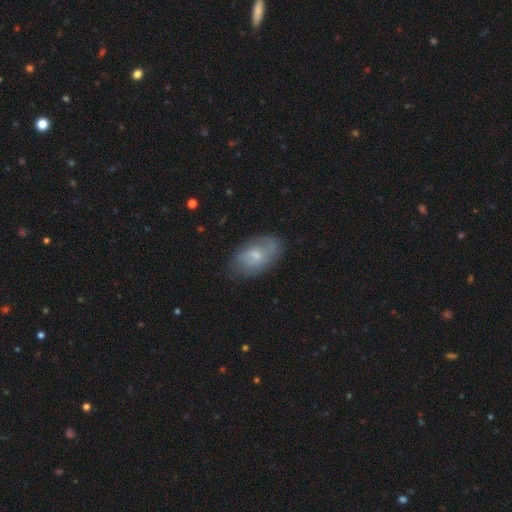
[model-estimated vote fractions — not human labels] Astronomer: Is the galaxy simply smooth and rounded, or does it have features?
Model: smooth — 52% (runner-up: featured or disk, 41%).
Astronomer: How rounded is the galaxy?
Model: in between — 91%.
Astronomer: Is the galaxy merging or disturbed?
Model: none — 71%.